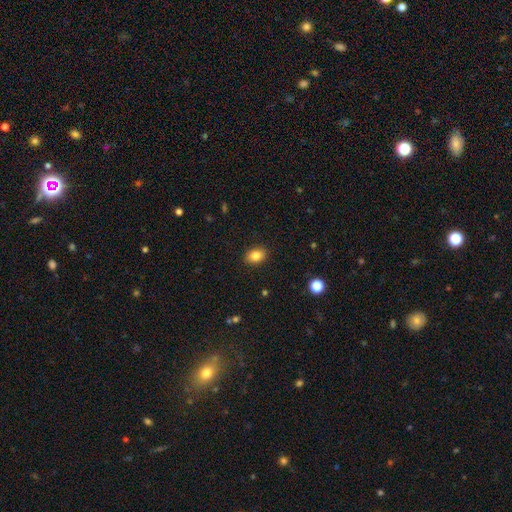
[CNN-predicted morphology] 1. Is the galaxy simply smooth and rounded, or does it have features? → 85% smooth, 9% star or artifact, 6% featured or disk.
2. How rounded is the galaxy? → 72% in between, 27% round, 1% cigar-shaped.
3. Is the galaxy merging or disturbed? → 89% none, 8% minor disturbance, 2% major disturbance, 1% merger.